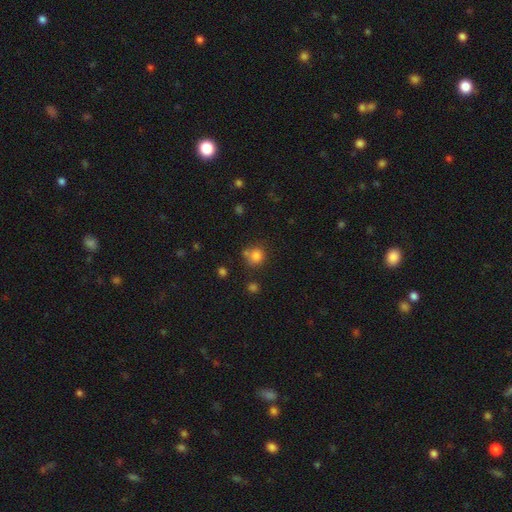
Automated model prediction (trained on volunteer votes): Smooth or featured? Predicted: smooth (p=0.80). How rounded? Predicted: round (p=0.80). Merging? Predicted: none (p=0.61).